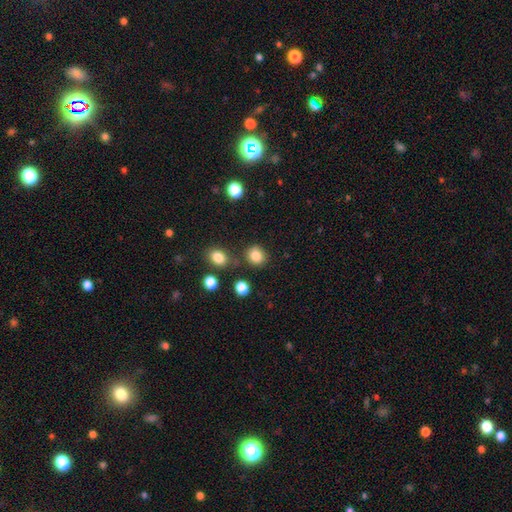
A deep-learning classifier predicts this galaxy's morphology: smooth_or_featured: smooth (p=0.84) [alt: star or artifact p=0.11]
how_rounded: round (p=0.80) [alt: in between p=0.19]
merging: none (p=0.80) [alt: minor disturbance p=0.11]